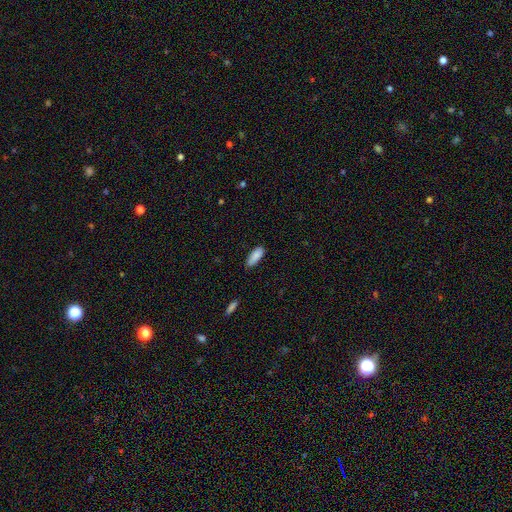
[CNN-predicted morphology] Smooth or featured? smooth (88%)
How rounded? in between (71%)
Merging? none (79%)